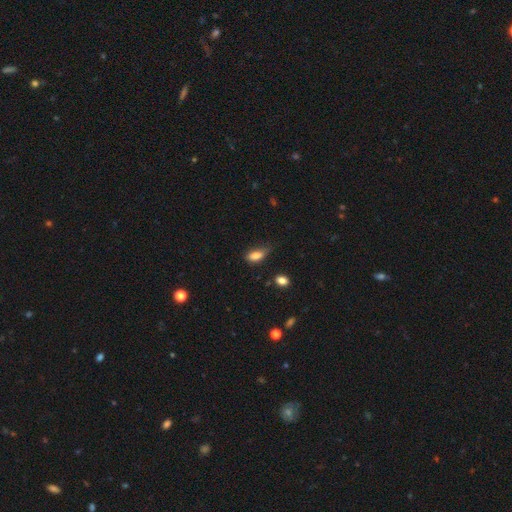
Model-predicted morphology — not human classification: The model was most divided on "merging": none: 44%, minor disturbance: 41%, major disturbance: 13%, merger: 3%. More confident: smooth or featured — smooth (82%); how rounded — in between (82%).